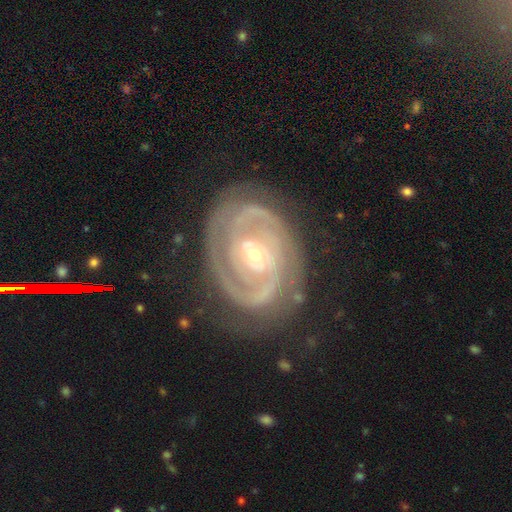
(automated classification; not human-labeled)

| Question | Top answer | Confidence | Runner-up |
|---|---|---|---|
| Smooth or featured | featured or disk | 88% | smooth (6%) |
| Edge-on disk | no | 97% | yes (3%) |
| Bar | no | 52% | weak (32%) |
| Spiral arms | yes | 95% | no (5%) |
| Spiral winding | tight | 73% | medium (23%) |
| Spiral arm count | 2 | 55% | can't tell (18%) |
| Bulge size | small | 70% | moderate (26%) |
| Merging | none | 74% | minor disturbance (17%) |